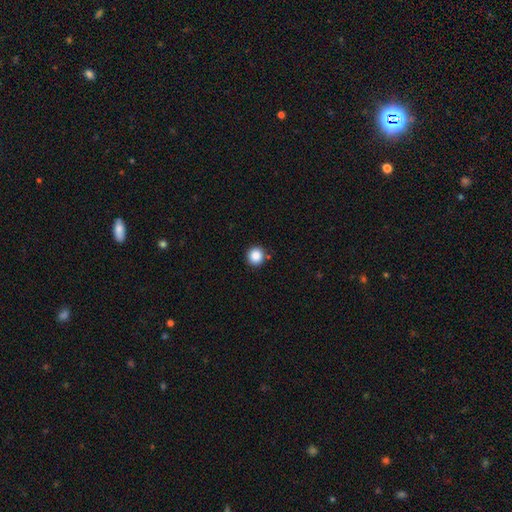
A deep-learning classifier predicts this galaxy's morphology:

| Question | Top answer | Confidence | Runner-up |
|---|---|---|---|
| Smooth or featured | smooth | 87% | star or artifact (10%) |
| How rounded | round | 92% | in between (7%) |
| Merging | none | 87% | minor disturbance (7%) |